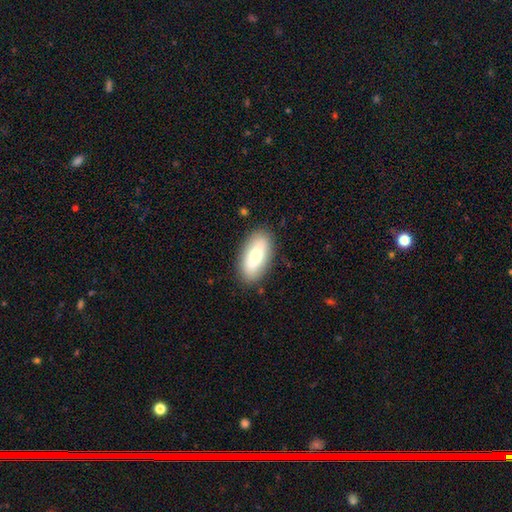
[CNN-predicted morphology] smooth 65%, featured or disk 28%, star or artifact 7%. Down the decision tree: how rounded — in between (90%); merging — none (84%).